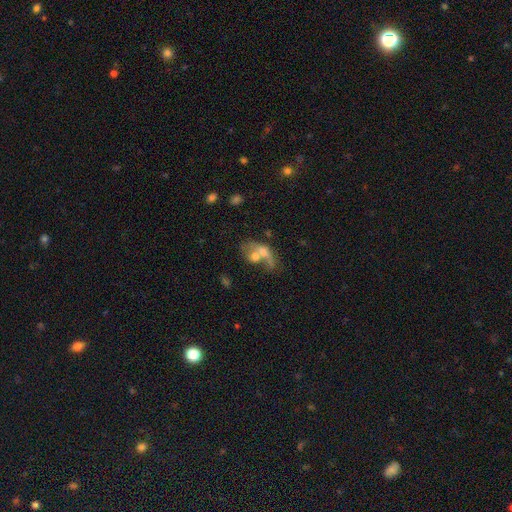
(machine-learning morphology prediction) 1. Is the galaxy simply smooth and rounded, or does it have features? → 43% smooth, 42% featured or disk, 16% star or artifact.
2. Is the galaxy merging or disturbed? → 53% merger, 22% none, 15% major disturbance, 10% minor disturbance.